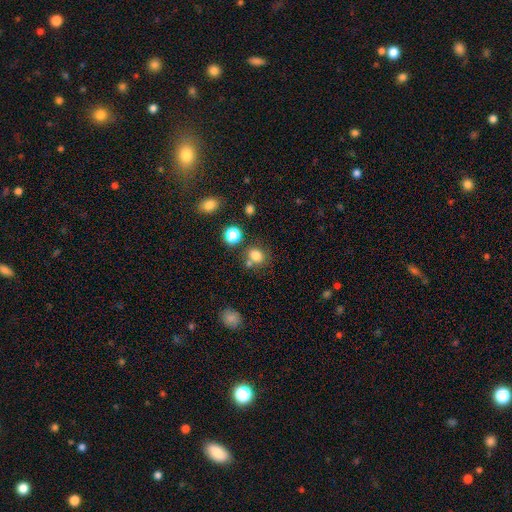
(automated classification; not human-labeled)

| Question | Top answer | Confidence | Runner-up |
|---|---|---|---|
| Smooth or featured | smooth | 79% | star or artifact (14%) |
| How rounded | round | 56% | in between (43%) |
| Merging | none | 61% | merger (21%) |